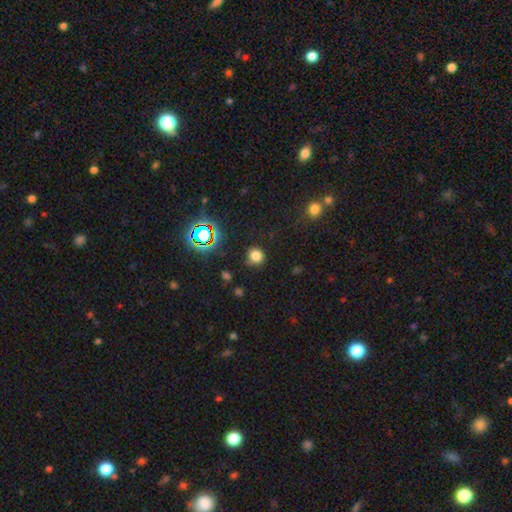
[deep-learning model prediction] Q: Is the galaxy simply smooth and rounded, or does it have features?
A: smooth — 74%.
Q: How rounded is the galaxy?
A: round — 86%.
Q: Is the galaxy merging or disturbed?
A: none — 82%.